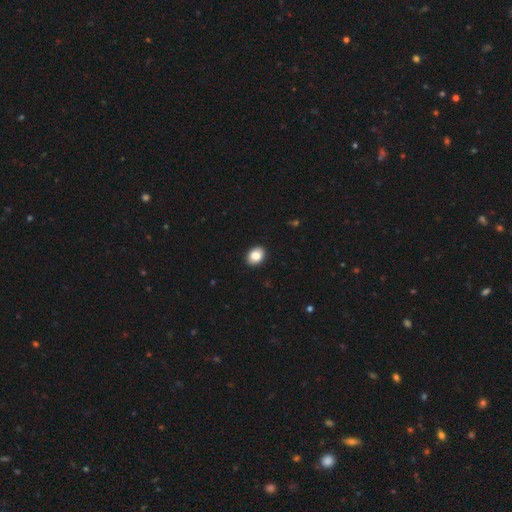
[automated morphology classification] The model was most divided on "how rounded": in between: 67%, round: 32%, cigar-shaped: 1%. More confident: merging — none (92%); smooth or featured — smooth (85%).